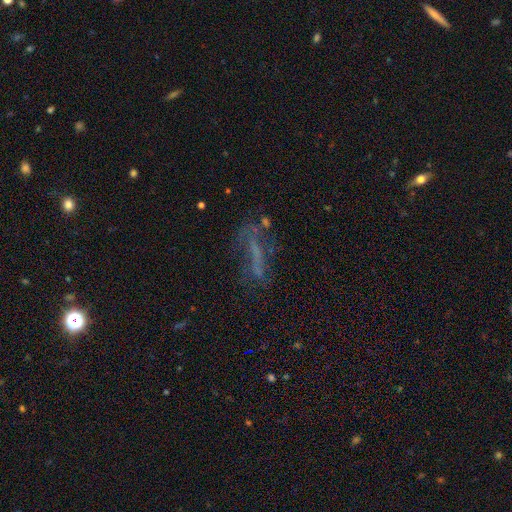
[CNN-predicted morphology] This is marginally a featured or disk galaxy (44%). Merging: possibly none (46%).